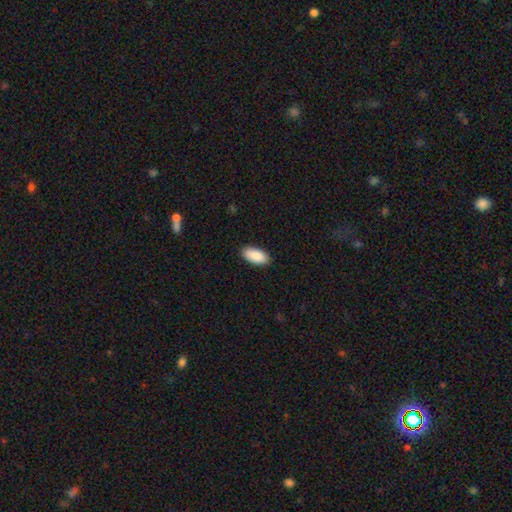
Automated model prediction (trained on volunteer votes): Smooth or featured? smooth (91%)
How rounded? in between (93%)
Merging? none (89%)